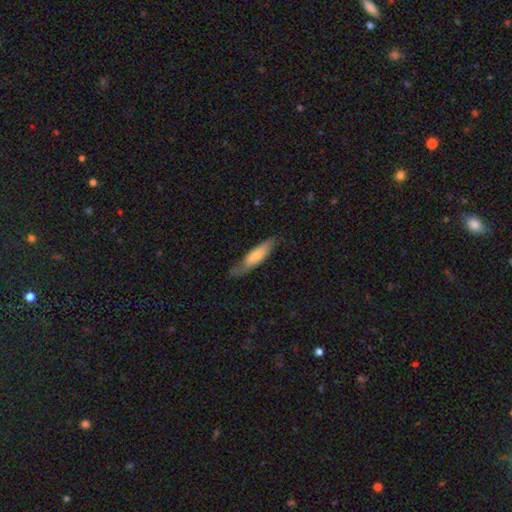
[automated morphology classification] The model was most divided on "how rounded": cigar-shaped: 61%, in between: 37%, round: 2%. More confident: smooth or featured — smooth (66%); merging — none (64%).